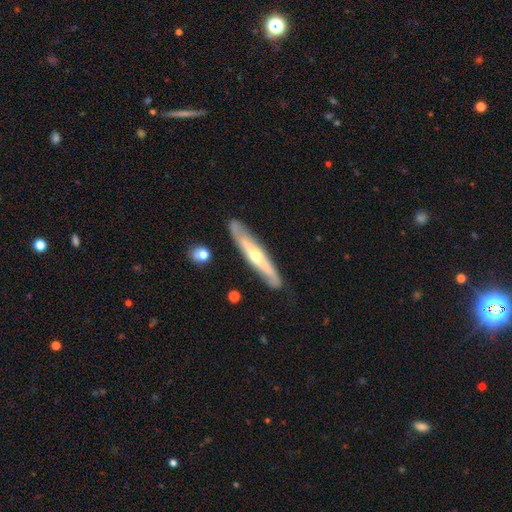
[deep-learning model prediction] Smooth or featured: featured or disk — 66% (smooth — 28%)
Edge-on disk: yes — 73% (no — 27%)
Merging: none — 83% (minor disturbance — 13%)